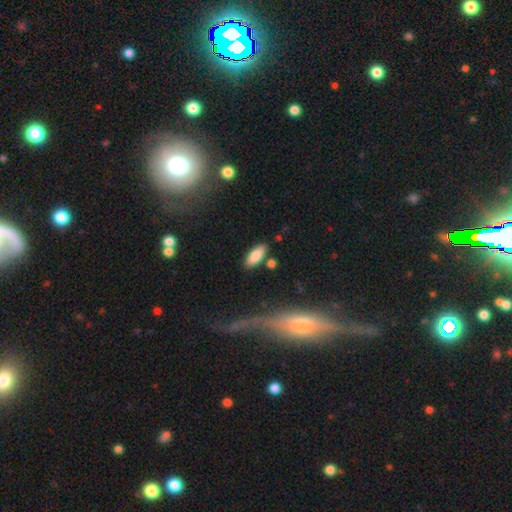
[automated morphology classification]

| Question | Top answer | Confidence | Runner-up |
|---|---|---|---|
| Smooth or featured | smooth | 85% | featured or disk (9%) |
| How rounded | in between | 80% | cigar-shaped (18%) |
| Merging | none | 81% | minor disturbance (11%) |